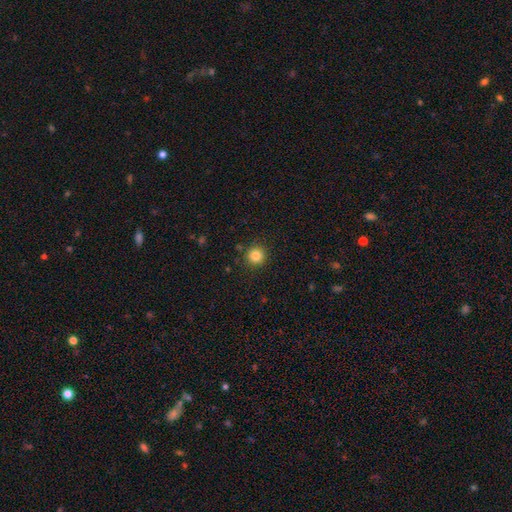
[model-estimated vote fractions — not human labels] This appears to be a smooth galaxy with no disk features (84%) that is round (94%). Merging: none (90%).